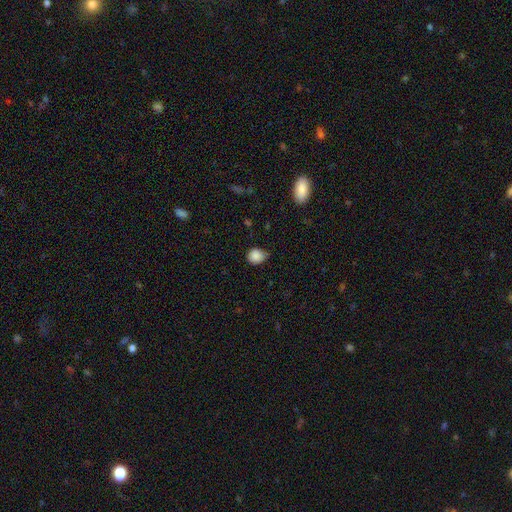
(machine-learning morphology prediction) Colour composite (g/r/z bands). It shows a smooth galaxy with no disk features (87%) that is round (71%). Merging: none (61%).